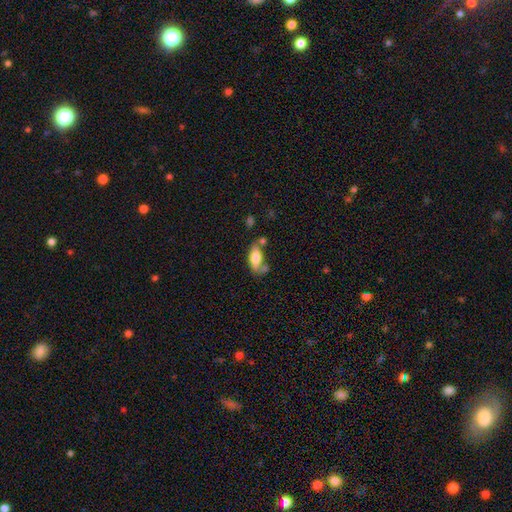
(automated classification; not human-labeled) smooth-or-featured: smooth: 72% | featured or disk: 21% | star or artifact: 8%
  how-rounded: in between: 79% | cigar-shaped: 18% | round: 3%
  merging: none: 41% | merger: 25% | minor disturbance: 22% | major disturbance: 12%